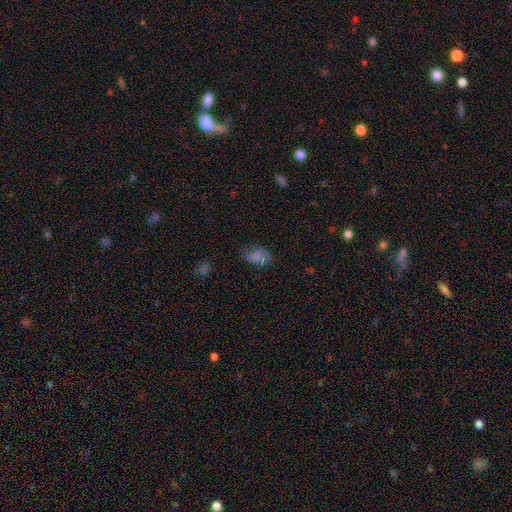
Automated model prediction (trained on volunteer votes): The model was most divided on "merging": none: 63%, minor disturbance: 24%, major disturbance: 10%, merger: 3%. More confident: how rounded — in between (78%); smooth or featured — smooth (67%).